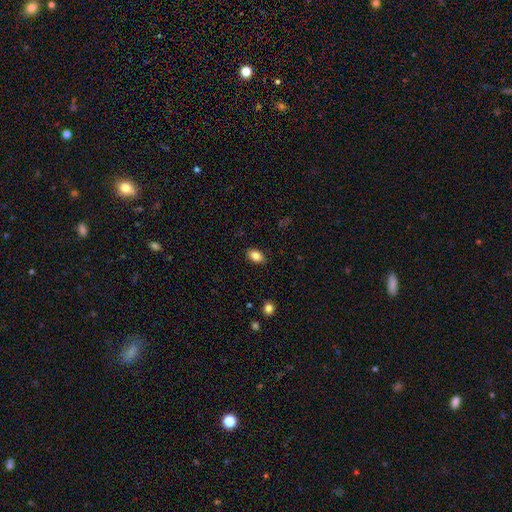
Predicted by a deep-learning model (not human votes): A smooth galaxy with no disk features (84%) that is in between round and cigar-shaped (89%). Merging: none (88%).